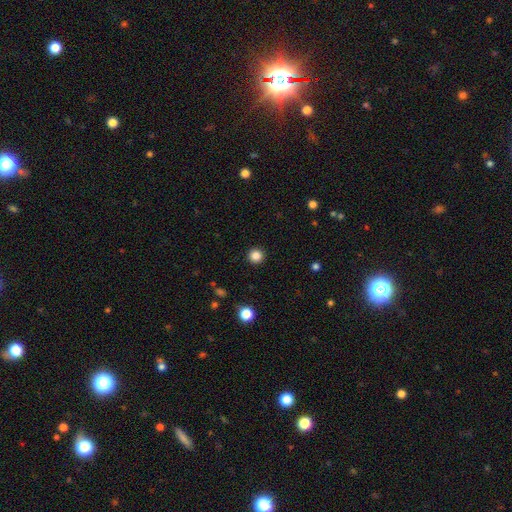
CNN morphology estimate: Smooth or featured: smooth — 84% (star or artifact — 12%)
How rounded: round — 96% (in between — 3%)
Merging: none — 93% (minor disturbance — 4%)